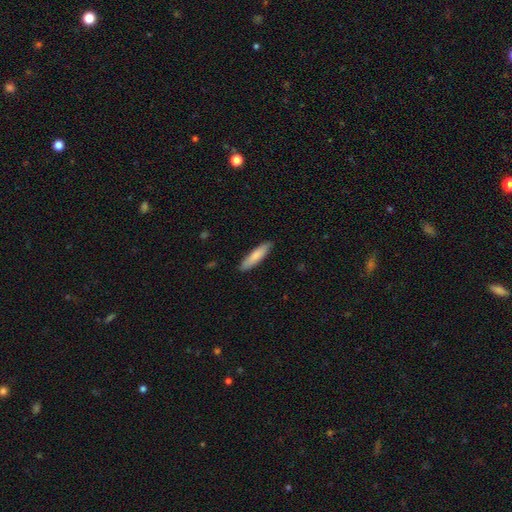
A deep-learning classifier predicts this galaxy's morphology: Smooth or featured: smooth — 82% (featured or disk — 13%)
How rounded: cigar-shaped — 75% (in between — 24%)
Merging: none — 87% (minor disturbance — 10%)